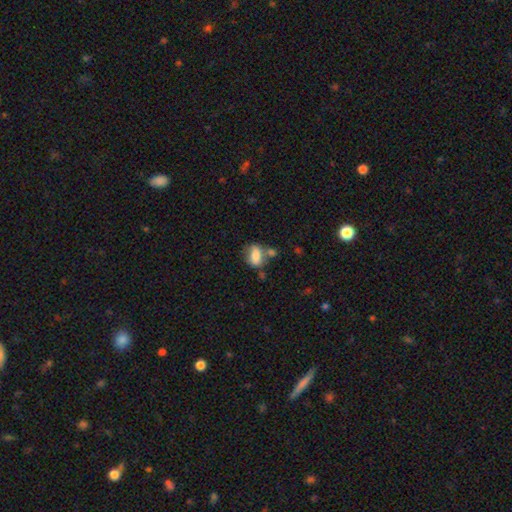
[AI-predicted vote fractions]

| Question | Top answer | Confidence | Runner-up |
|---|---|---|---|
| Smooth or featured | smooth | 75% | featured or disk (16%) |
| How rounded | in between | 80% | round (16%) |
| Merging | none | 45% | merger (24%) |